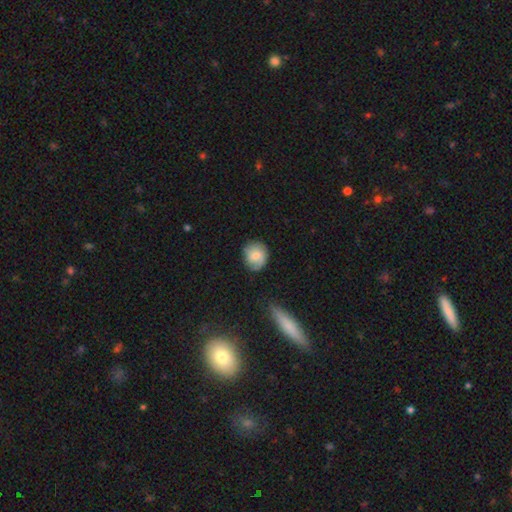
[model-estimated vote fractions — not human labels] Smooth or featured: smooth — 69% (featured or disk — 24%)
How rounded: round — 76% (in between — 23%)
Merging: none — 71% (minor disturbance — 22%)